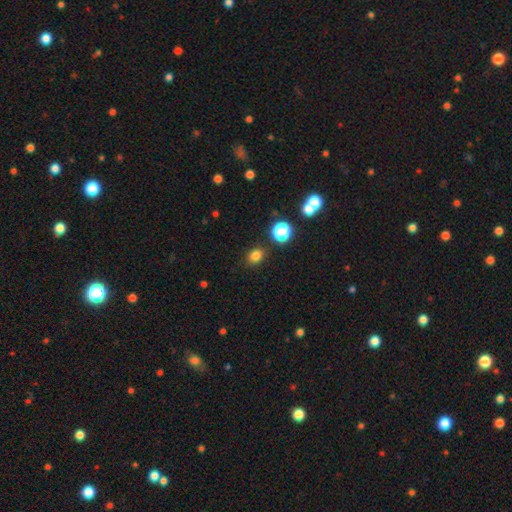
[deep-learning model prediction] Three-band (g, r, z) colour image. It shows a smooth galaxy with no disk features (80%) that is in between round and cigar-shaped (50%). Merging: none (86%).